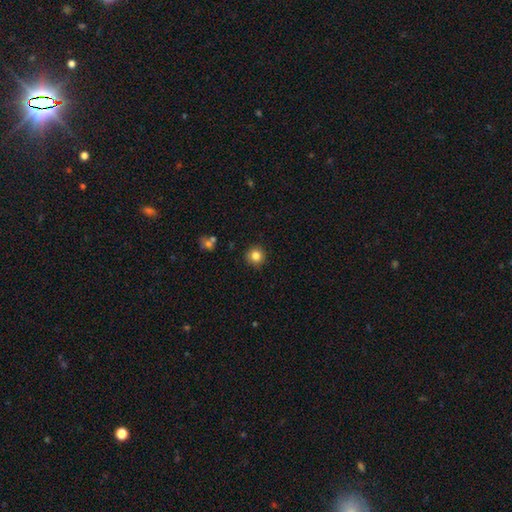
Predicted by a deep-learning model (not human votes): Smooth or featured? smooth (82%)
How rounded? round (94%)
Merging? none (90%)